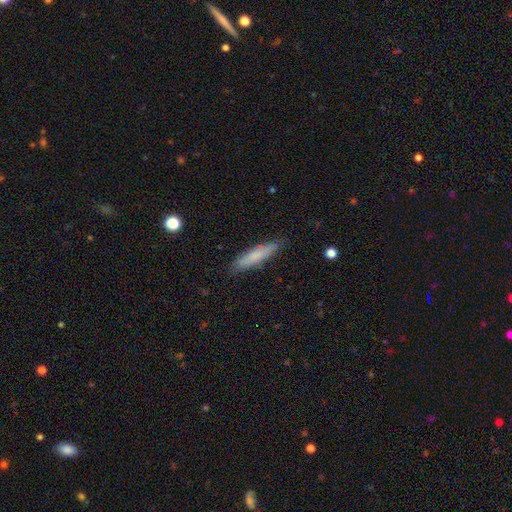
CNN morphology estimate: Q: Smooth or featured?
A: smooth (74%); runner-up: featured or disk (20%)
Q: How rounded?
A: cigar-shaped (87%); runner-up: in between (12%)
Q: Merging?
A: none (86%); runner-up: minor disturbance (11%)